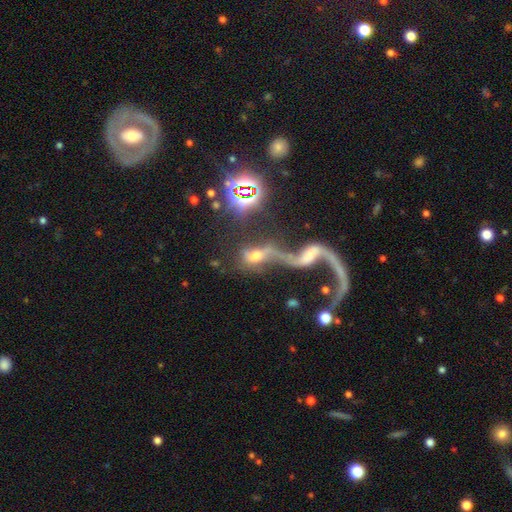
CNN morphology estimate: type=featured or disk (44%); merging=merger (65%).